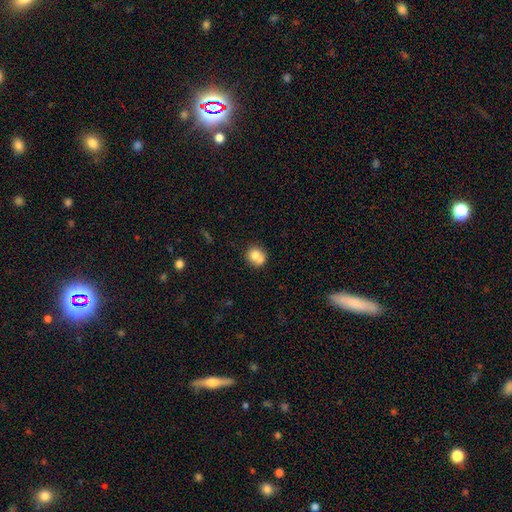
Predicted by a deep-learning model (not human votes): smooth-or-featured: smooth: 74% | featured or disk: 16% | star or artifact: 9%
  how-rounded: round: 80% | in between: 19% | cigar-shaped: 1%
  merging: none: 44% | merger: 38% | minor disturbance: 13% | major disturbance: 5%